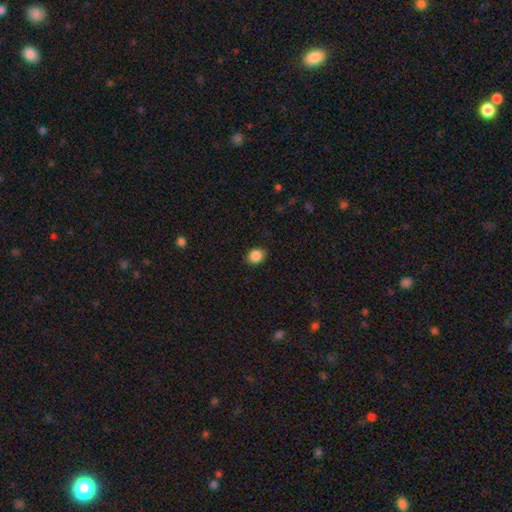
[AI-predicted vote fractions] Smooth or featured? smooth (87%)
How rounded? in between (53%)
Merging? none (88%)